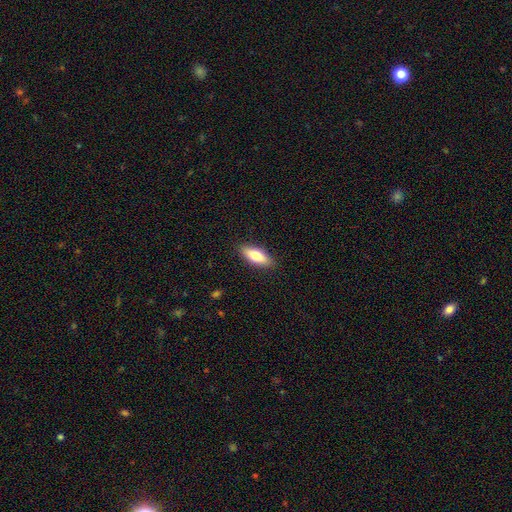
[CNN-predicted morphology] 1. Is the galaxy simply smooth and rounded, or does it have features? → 72% smooth, 21% featured or disk, 6% star or artifact.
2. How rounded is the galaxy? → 67% in between, 30% cigar-shaped, 3% round.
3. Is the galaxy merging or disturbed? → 88% none, 9% minor disturbance, 2% major disturbance, 1% merger.